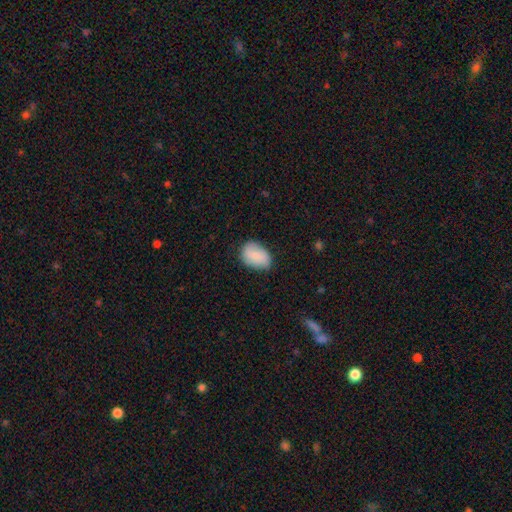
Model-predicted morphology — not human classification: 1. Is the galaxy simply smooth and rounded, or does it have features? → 79% smooth, 14% featured or disk, 7% star or artifact.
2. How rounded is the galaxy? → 79% in between, 19% round, 1% cigar-shaped.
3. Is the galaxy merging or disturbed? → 71% none, 23% minor disturbance, 5% major disturbance, 1% merger.